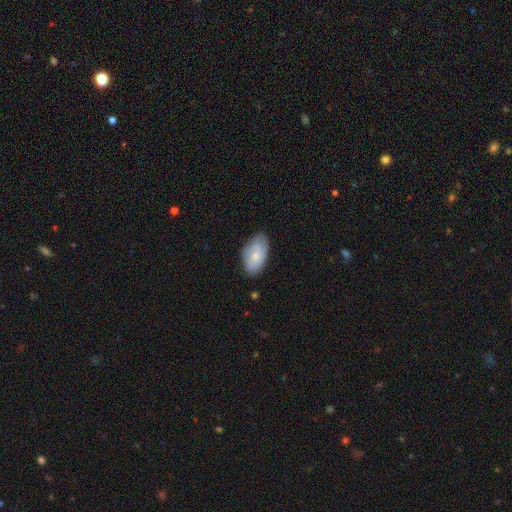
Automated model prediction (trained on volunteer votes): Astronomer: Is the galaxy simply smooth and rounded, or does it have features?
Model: smooth — 65%.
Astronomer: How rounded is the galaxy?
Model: in between — 93%.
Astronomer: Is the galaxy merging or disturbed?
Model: none — 72%.